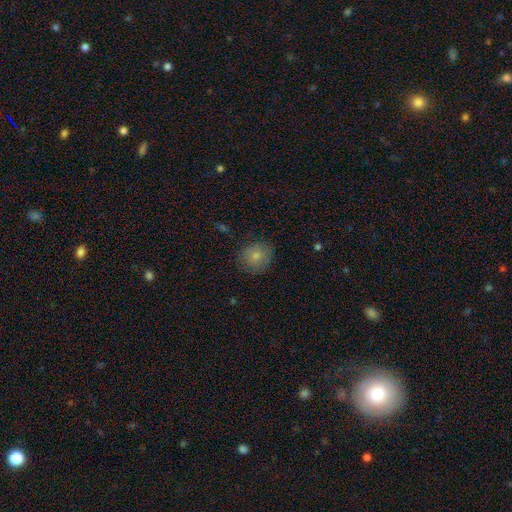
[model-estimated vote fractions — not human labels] Smooth or featured: smooth — 82% (featured or disk — 10%)
How rounded: round — 83% (in between — 16%)
Merging: none — 82% (minor disturbance — 13%)